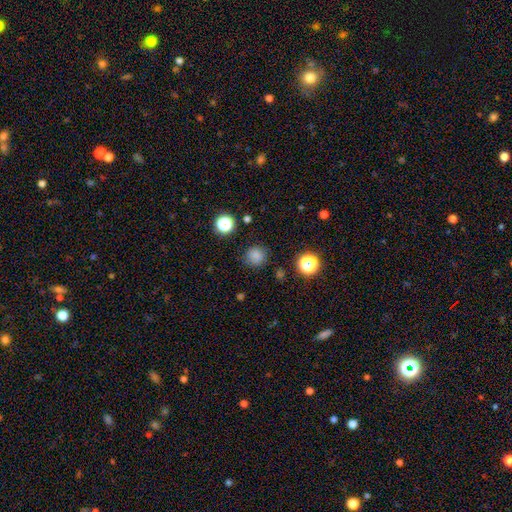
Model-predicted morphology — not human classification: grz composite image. It shows a smooth galaxy with no disk features (78%) that is round (91%). Merging: none (84%).